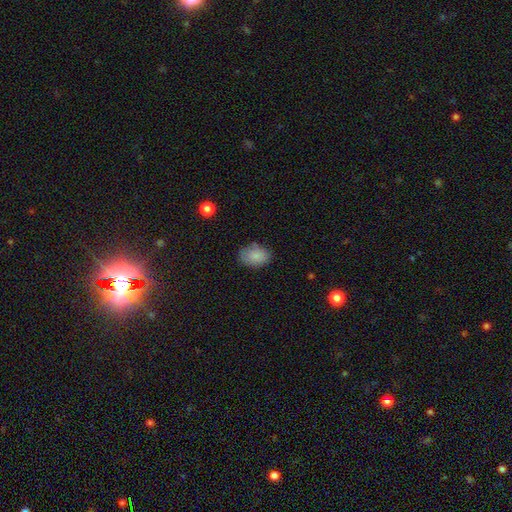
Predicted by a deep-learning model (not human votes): The model was most divided on "how rounded": in between: 80%, round: 19%, cigar-shaped: 1%. More confident: smooth or featured — smooth (85%); merging — none (78%).